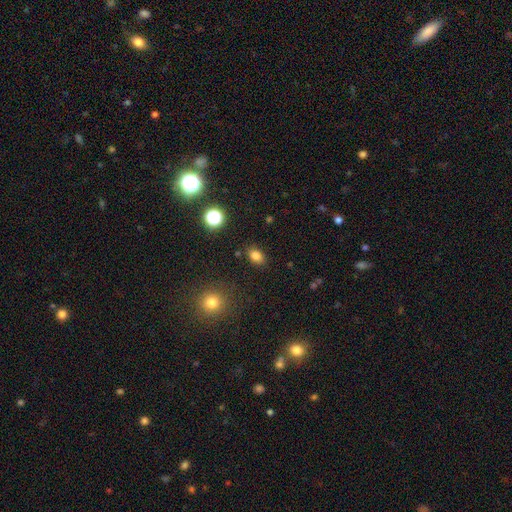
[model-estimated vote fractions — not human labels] This appears to be a smooth galaxy with no disk features (80%) that is in between round and cigar-shaped (80%). Merging: none (85%).